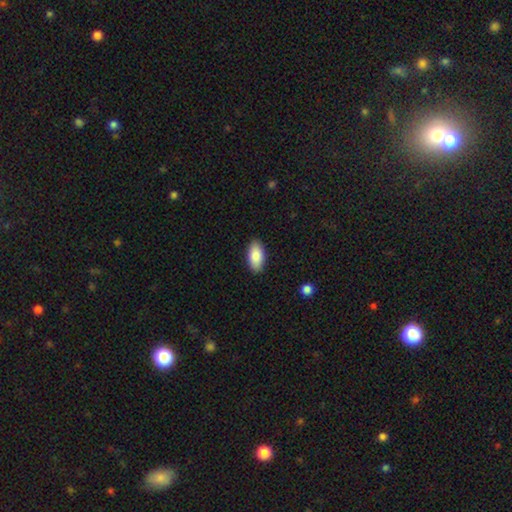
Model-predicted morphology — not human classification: smooth-or-featured: smooth: 86% | featured or disk: 8% | star or artifact: 6%
  how-rounded: in between: 93% | cigar-shaped: 4% | round: 3%
  merging: none: 89% | minor disturbance: 8% | major disturbance: 2% | merger: 1%